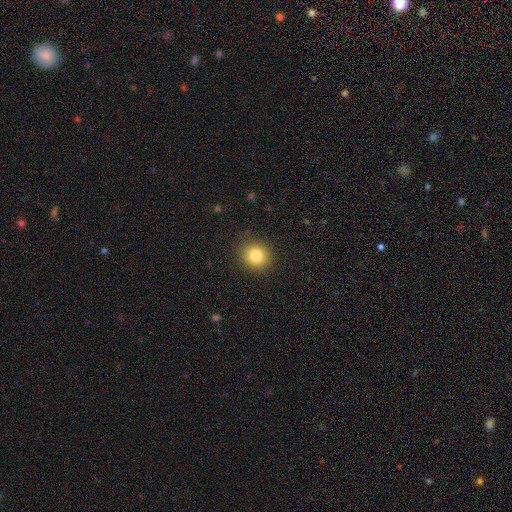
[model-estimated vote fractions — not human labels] This appears to be a smooth galaxy with no disk features (82%) that is round (81%). Merging: none (88%).